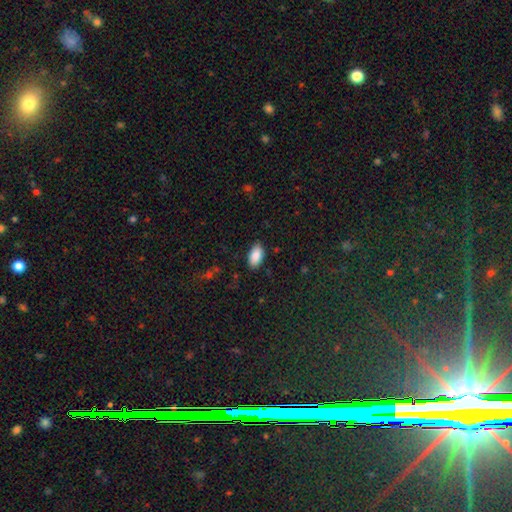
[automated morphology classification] Smooth or featured?
  - smooth: 88% *
  - star or artifact: 7%
  - featured or disk: 5%
How rounded?
  - in between: 95% *
  - round: 3%
  - cigar-shaped: 2%
Merging?
  - none: 86% *
  - minor disturbance: 11%
  - major disturbance: 3%
  - merger: 1%